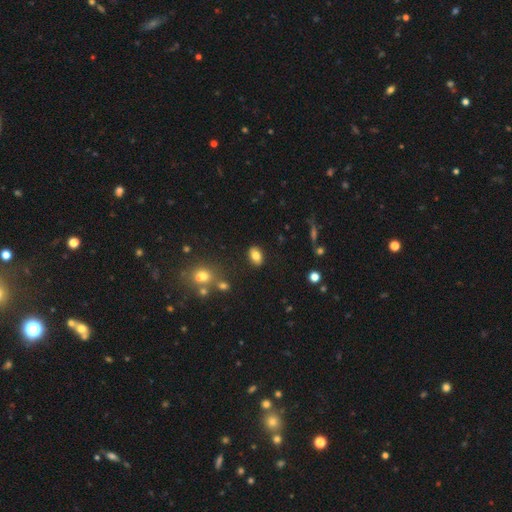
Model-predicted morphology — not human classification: Overall: smooth (80%). How rounded: in between (85%). Merging: none (86%).